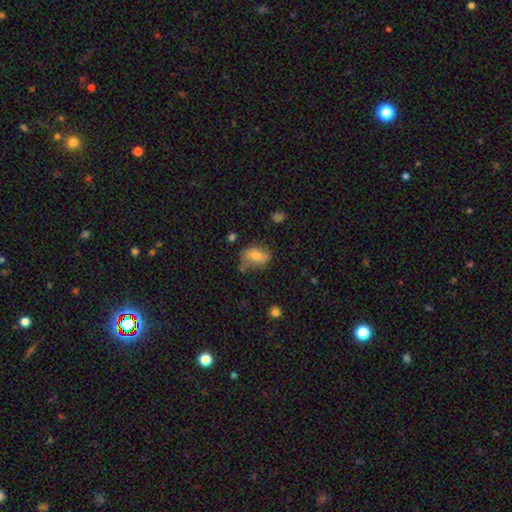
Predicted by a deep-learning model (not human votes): Smooth or featured? Predicted: smooth (p=0.64). How rounded? Predicted: in between (p=0.81). Merging? Predicted: none (p=0.51).